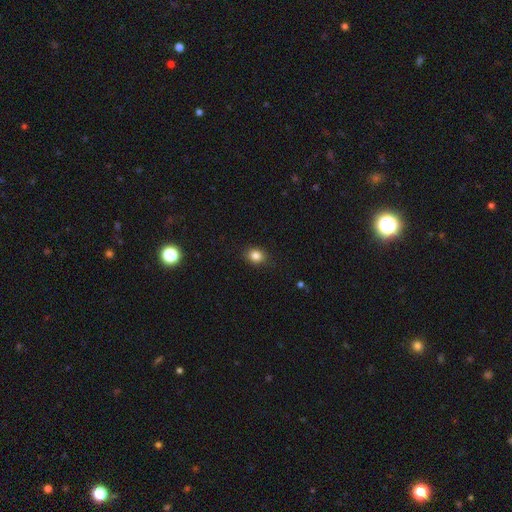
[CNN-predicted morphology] A smooth galaxy with no disk features (84%) that is round (57%). Merging: none (85%).